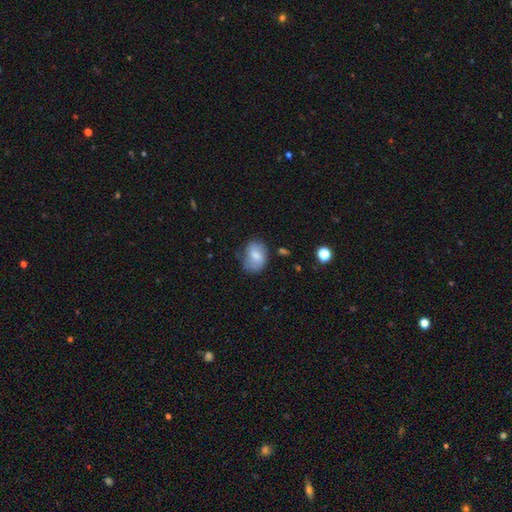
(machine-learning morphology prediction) This appears to be a smooth galaxy with no disk features (68%) that is in between round and cigar-shaped (62%). Merging: none (59%).